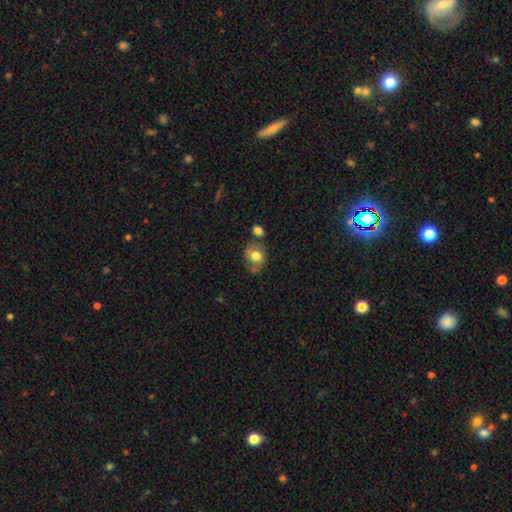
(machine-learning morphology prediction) Overall: smooth (73%). How rounded: round (60%; in between 39%). Merging: none (59%).